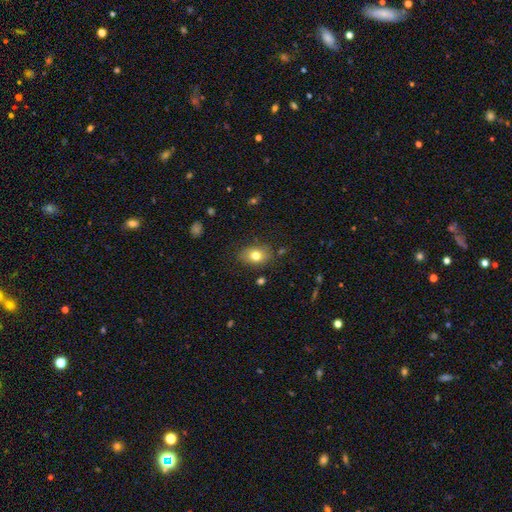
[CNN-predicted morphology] smooth_or_featured: smooth (p=0.78) [alt: featured or disk p=0.12]
how_rounded: in between (p=0.76) [alt: round p=0.23]
merging: none (p=0.82) [alt: minor disturbance p=0.13]